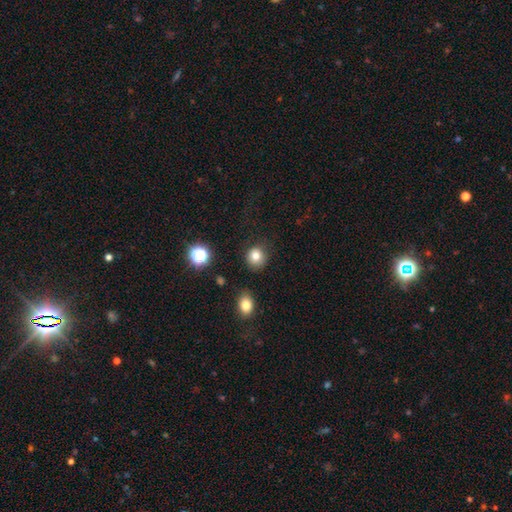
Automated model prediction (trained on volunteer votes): Smooth or featured: smooth — 80% (star or artifact — 13%)
How rounded: round — 83% (in between — 16%)
Merging: none — 80% (minor disturbance — 13%)